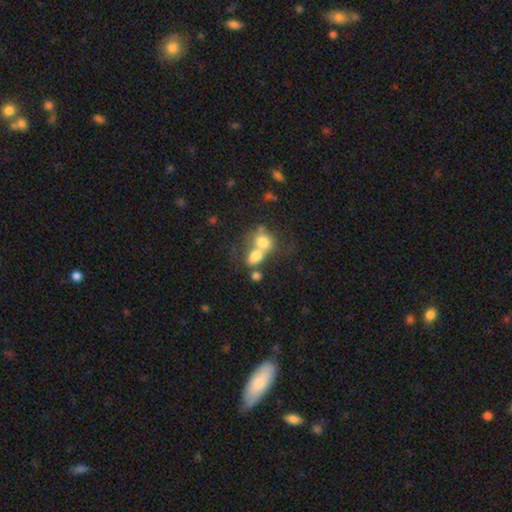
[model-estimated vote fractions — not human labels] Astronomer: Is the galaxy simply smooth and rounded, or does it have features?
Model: smooth — 73%.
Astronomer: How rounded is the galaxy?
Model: in between — 60% (runner-up: round, 38%).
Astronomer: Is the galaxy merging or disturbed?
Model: merger — 66%.